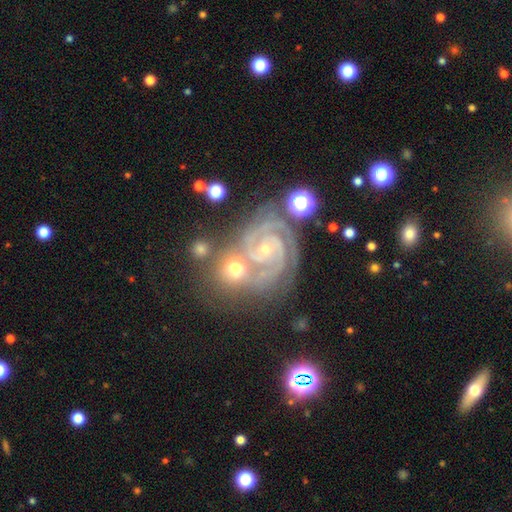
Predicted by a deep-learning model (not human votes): Q: Smooth or featured?
A: featured or disk (88%); runner-up: star or artifact (8%)
Q: Edge-on disk?
A: no (97%); runner-up: yes (3%)
Q: Bar?
A: no (57%); runner-up: weak (29%)
Q: Spiral arms?
A: yes (98%); runner-up: no (2%)
Q: Spiral winding?
A: tight (73%); runner-up: medium (23%)
Q: Spiral arm count?
A: 2 (44%); runner-up: 3 (29%)
Q: Bulge size?
A: small (70%); runner-up: moderate (27%)
Q: Merging?
A: none (55%); runner-up: merger (24%)